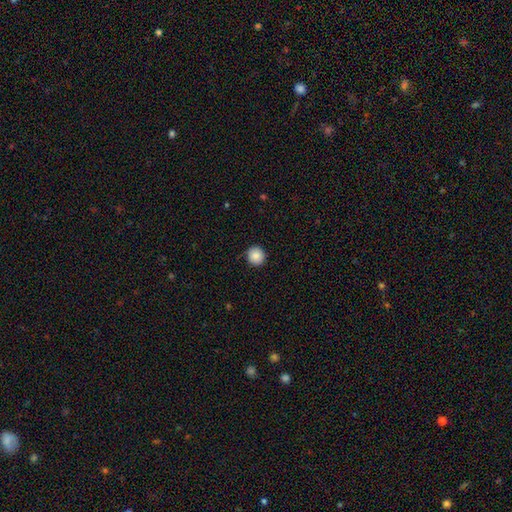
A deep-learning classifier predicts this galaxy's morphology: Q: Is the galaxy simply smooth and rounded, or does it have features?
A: smooth — 87%.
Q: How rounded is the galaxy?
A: round — 94%.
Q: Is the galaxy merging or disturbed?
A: none — 91%.